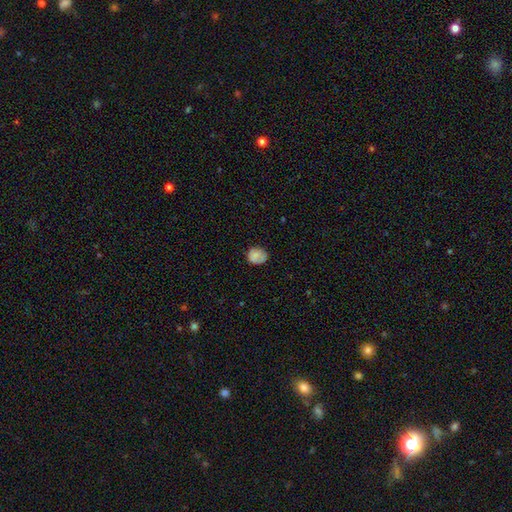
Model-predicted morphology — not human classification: This is likely a smooth galaxy (80%). How rounded: likely round (72%). Merging: likely none (71%).